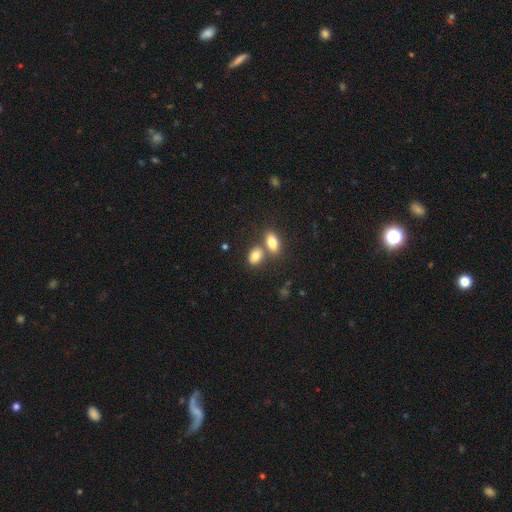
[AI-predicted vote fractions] Q: Smooth or featured?
A: smooth (80%); runner-up: featured or disk (11%)
Q: How rounded?
A: in between (82%); runner-up: round (16%)
Q: Merging?
A: none (49%); runner-up: merger (38%)